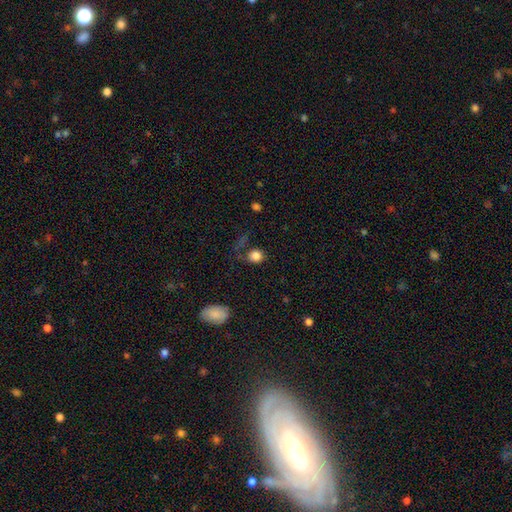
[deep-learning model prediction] This appears to be a smooth galaxy with no disk features (83%) that is round (79%). Merging: none (69%).